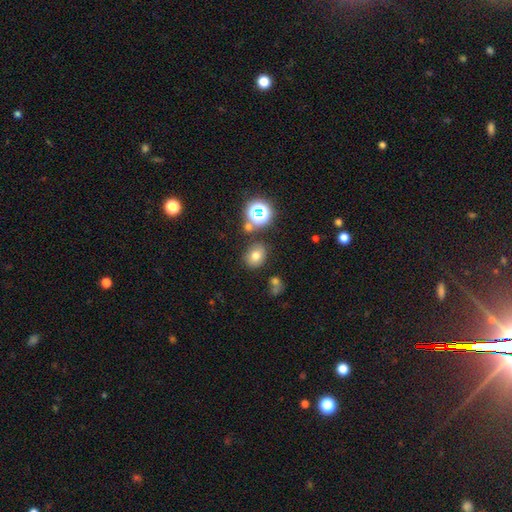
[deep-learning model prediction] This appears to be a smooth galaxy with no disk features (71%) that is round (60%). Merging: none (79%).